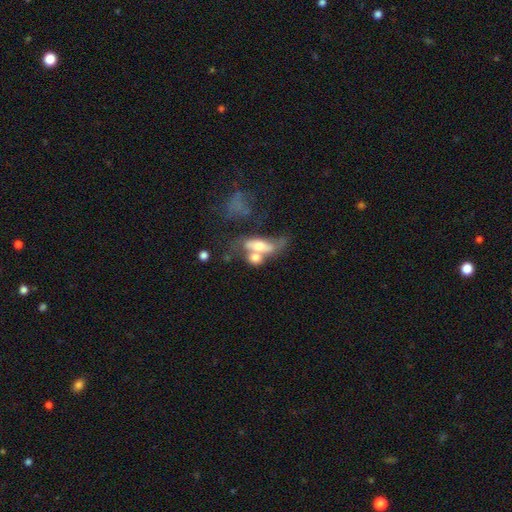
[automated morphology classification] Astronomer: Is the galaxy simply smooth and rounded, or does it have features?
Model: featured or disk — 49% (runner-up: smooth, 39%).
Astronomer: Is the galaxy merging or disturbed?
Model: merger — 57%.